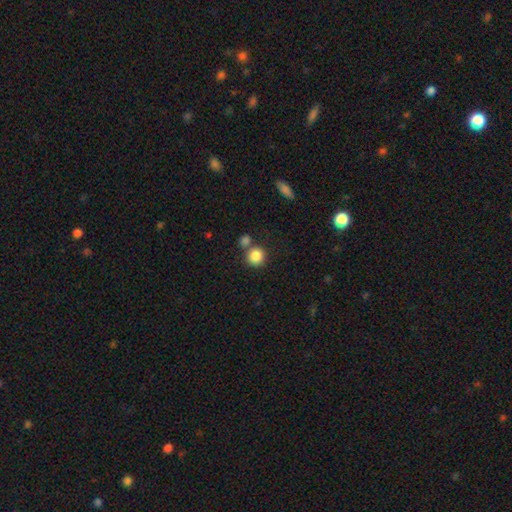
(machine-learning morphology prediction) Smooth or featured? smooth (85%)
How rounded? round (91%)
Merging? none (65%)